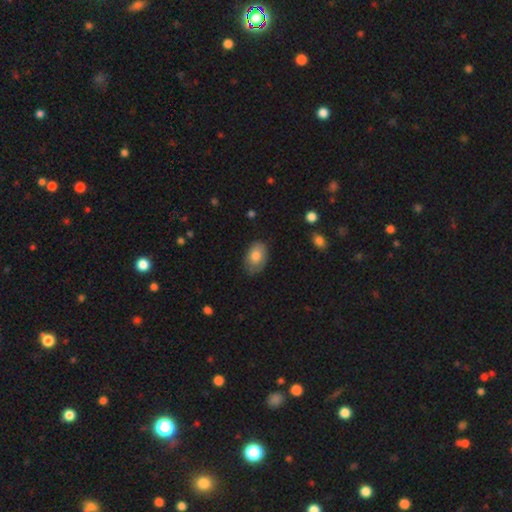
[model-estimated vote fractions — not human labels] This is likely a smooth galaxy (79%). How rounded: clearly in between (87%). Merging: likely none (72%).